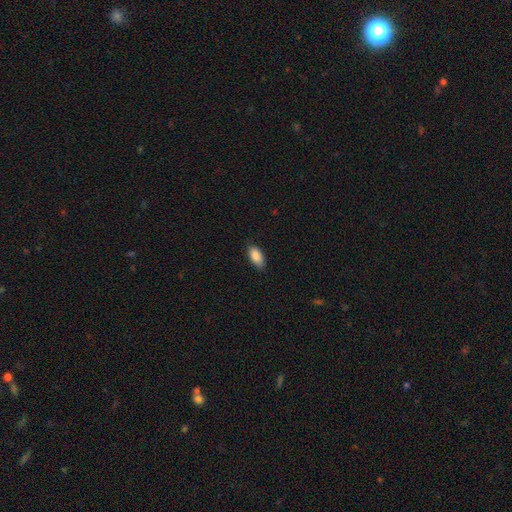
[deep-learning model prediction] Smooth or featured?
  - smooth: 88% *
  - star or artifact: 7%
  - featured or disk: 6%
How rounded?
  - in between: 91% *
  - cigar-shaped: 6%
  - round: 2%
Merging?
  - none: 82% *
  - minor disturbance: 15%
  - major disturbance: 2%
  - merger: 1%